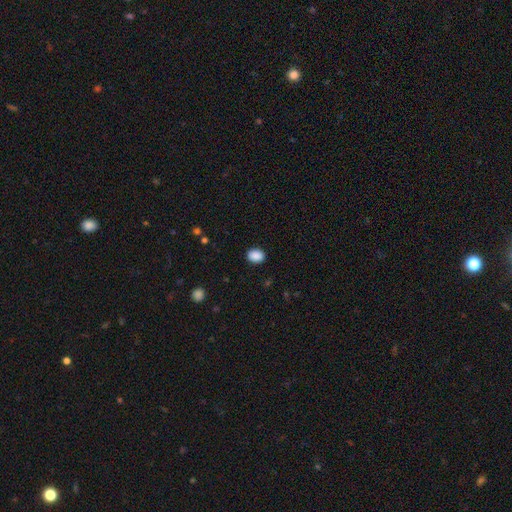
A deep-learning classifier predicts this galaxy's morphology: Q: Smooth or featured?
A: smooth (90%); runner-up: star or artifact (8%)
Q: How rounded?
A: in between (67%); runner-up: round (32%)
Q: Merging?
A: none (89%); runner-up: minor disturbance (8%)